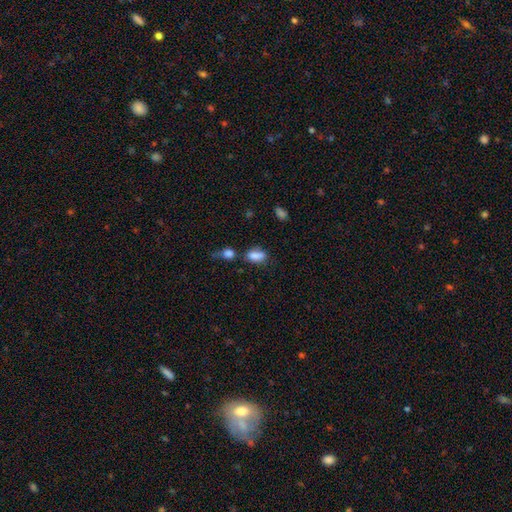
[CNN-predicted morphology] Q: Smooth or featured?
A: smooth (82%); runner-up: star or artifact (10%)
Q: How rounded?
A: in between (80%); runner-up: round (10%)
Q: Merging?
A: none (50%); runner-up: merger (23%)